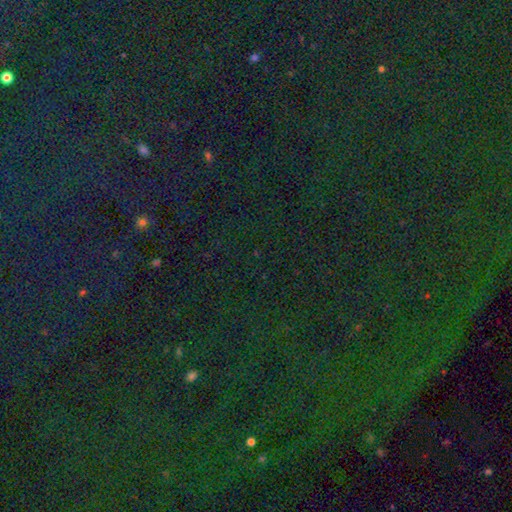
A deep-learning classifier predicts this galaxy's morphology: smooth_or_featured: star or artifact (p=0.81) [alt: smooth p=0.12]